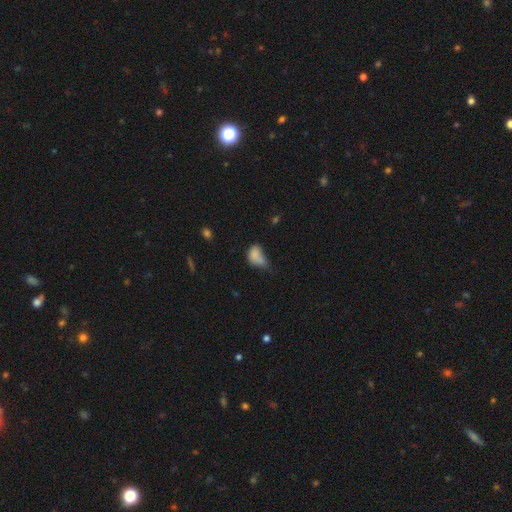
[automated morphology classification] type=smooth (75%); roundness=in between (81%); merging=minor disturbance (31%).